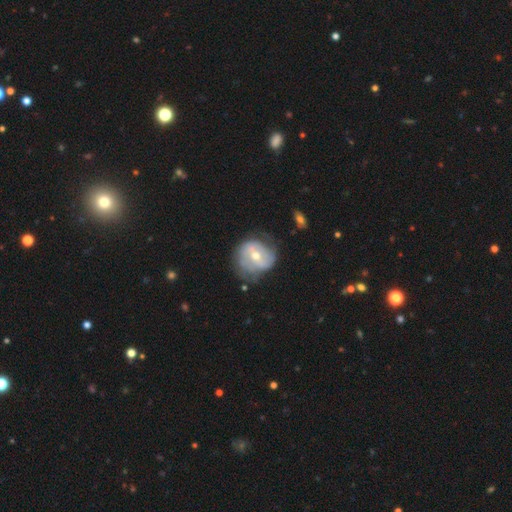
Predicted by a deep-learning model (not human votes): Smooth or featured? featured or disk (67%)
Edge-on disk? no (97%)
Bar? weak (42%)
Spiral arms? yes (71%)
Bulge size? moderate (59%)
Merging? none (62%)